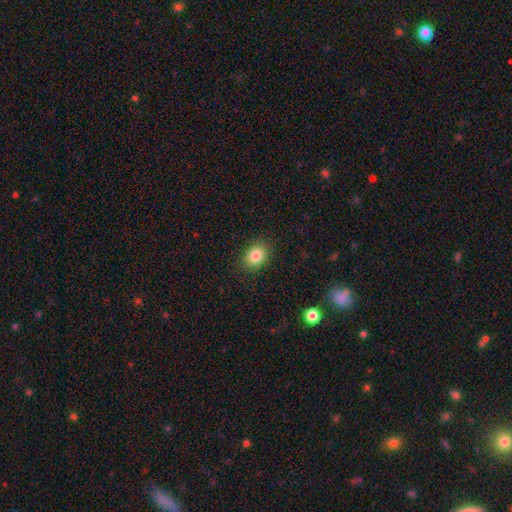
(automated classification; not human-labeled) Q: Smooth or featured?
A: smooth (84%); runner-up: star or artifact (9%)
Q: How rounded?
A: in between (63%); runner-up: round (36%)
Q: Merging?
A: none (87%); runner-up: minor disturbance (10%)